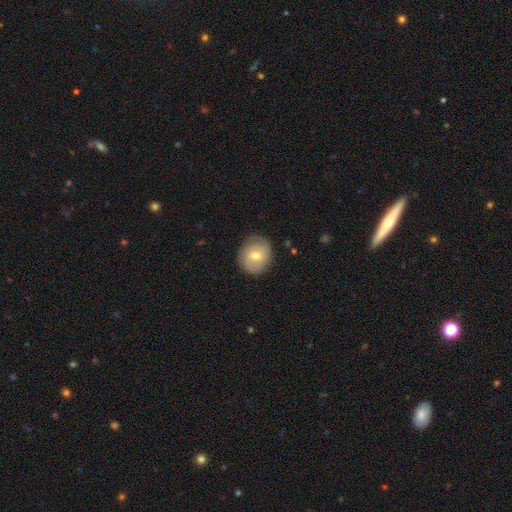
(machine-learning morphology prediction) The model was most divided on "smooth or featured": smooth: 51%, featured or disk: 42%, star or artifact: 7%. More confident: merging — none (81%); how rounded — round (77%).